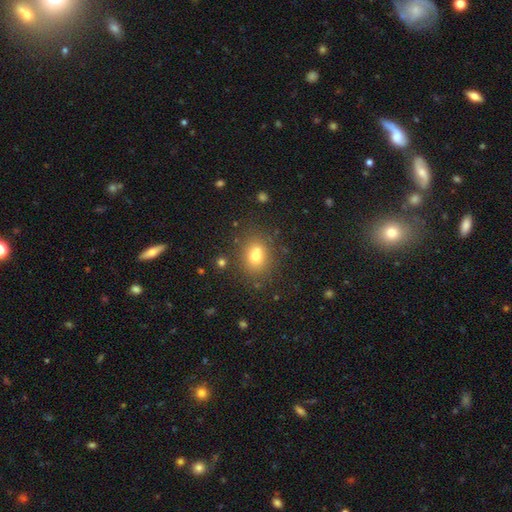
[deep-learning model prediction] Smooth or featured? smooth (71%)
How rounded? round (58%)
Merging? none (70%)